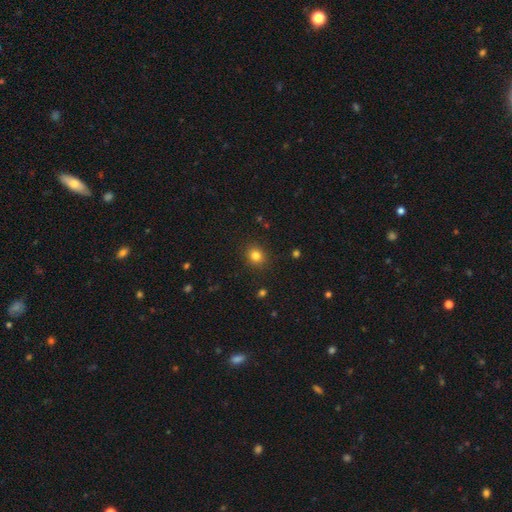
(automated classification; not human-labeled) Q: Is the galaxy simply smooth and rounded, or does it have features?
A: smooth — 81%.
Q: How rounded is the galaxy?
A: round — 74%.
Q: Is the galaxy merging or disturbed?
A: none — 89%.